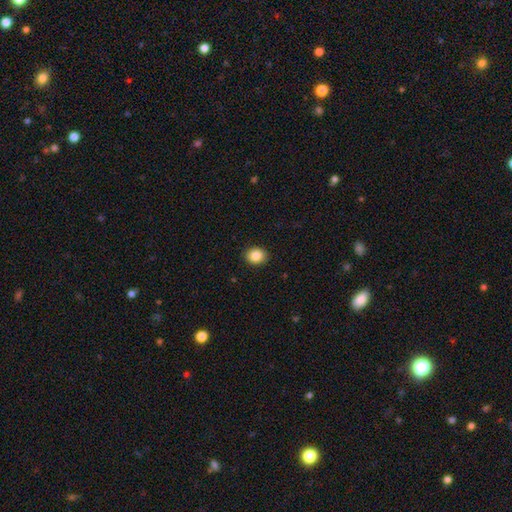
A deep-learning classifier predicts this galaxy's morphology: smooth 86%, star or artifact 9%, featured or disk 5%. Down the decision tree: how rounded — round (62%); merging — none (91%).